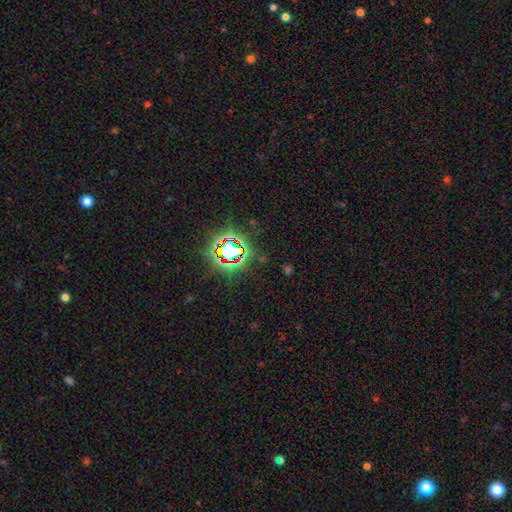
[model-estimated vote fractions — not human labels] smooth-or-featured: star or artifact: 80% | smooth: 12% | featured or disk: 8%